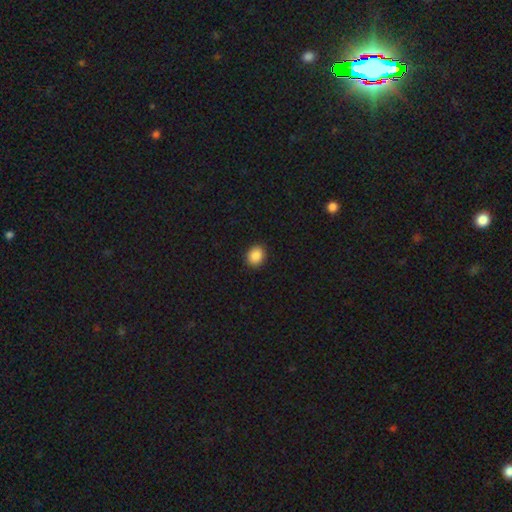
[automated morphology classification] smooth 87%, star or artifact 9%, featured or disk 4%. Down the decision tree: how rounded — round (60%); merging — none (91%).